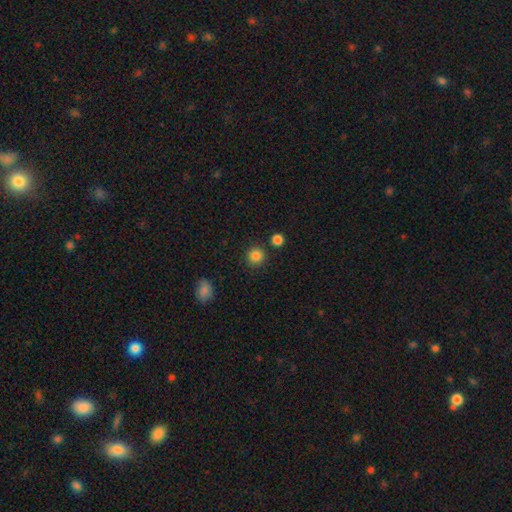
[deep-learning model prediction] A smooth galaxy with no disk features (85%) that is round (93%).

Vote fractions:
- Smooth or featured? smooth: 85% / star or artifact: 11% / featured or disk: 3%
- How rounded? round: 93% / in between: 6% / cigar-shaped: 1%
- Merging? none: 85% / minor disturbance: 7% / merger: 5% / major disturbance: 3%